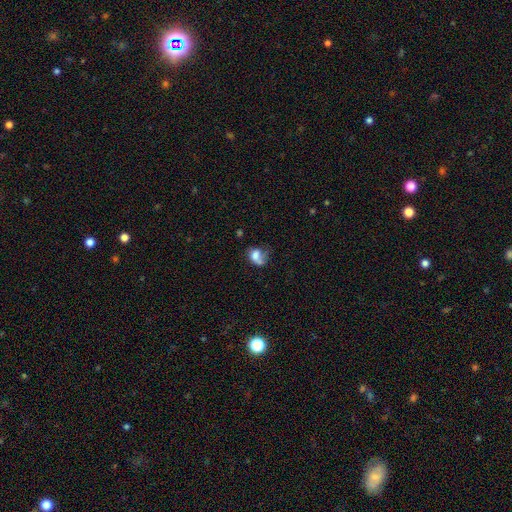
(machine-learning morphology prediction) A smooth galaxy with no disk features (63%) that is in between round and cigar-shaped (64%).

Vote fractions:
- Smooth or featured? smooth: 63% / featured or disk: 27% / star or artifact: 10%
- How rounded? in between: 64% / round: 35% / cigar-shaped: 1%
- Merging? major disturbance: 32% / none: 28% / minor disturbance: 24% / merger: 15%